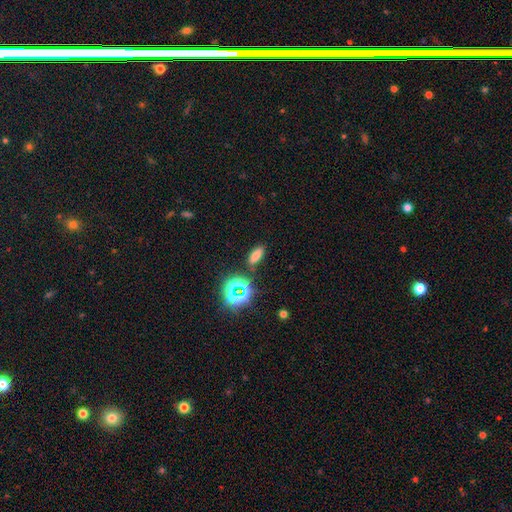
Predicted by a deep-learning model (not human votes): smooth-or-featured: smooth: 68% | star or artifact: 25% | featured or disk: 8%
  how-rounded: in between: 71% | cigar-shaped: 22% | round: 8%
  merging: none: 83% | minor disturbance: 10% | merger: 4% | major disturbance: 3%